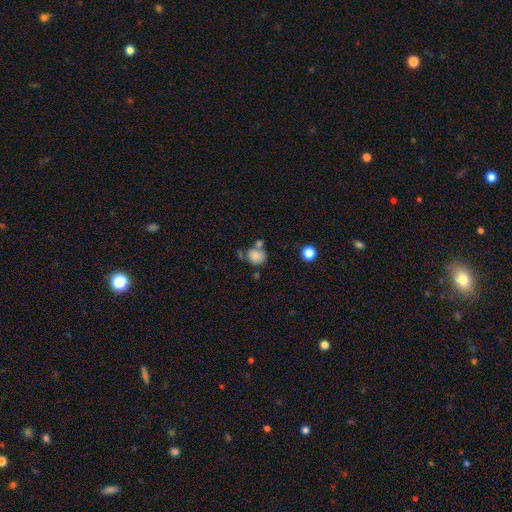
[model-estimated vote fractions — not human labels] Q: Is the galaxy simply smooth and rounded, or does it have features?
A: smooth — 81%.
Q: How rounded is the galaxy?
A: round — 67%.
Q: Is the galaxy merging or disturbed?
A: none — 44%.